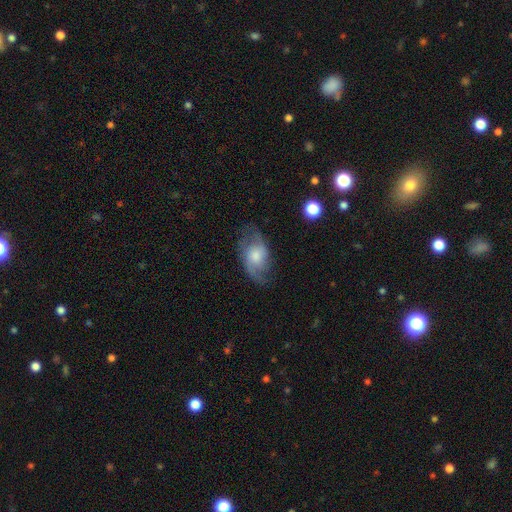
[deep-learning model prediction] smooth_or_featured: featured or disk (p=0.63) [alt: smooth p=0.30]
disk_edge_on: no (p=0.95) [alt: yes p=0.05]
bar: no (p=0.66) [alt: weak p=0.30]
has_spiral_arms: yes (p=0.88) [alt: no p=0.12]
spiral_winding: loose (p=0.46) [alt: medium p=0.40]
spiral_arm_count: 2 (p=0.80) [alt: can't tell p=0.09]
bulge_size: moderate (p=0.47) [alt: small p=0.25]
merging: none (p=0.64) [alt: minor disturbance p=0.22]